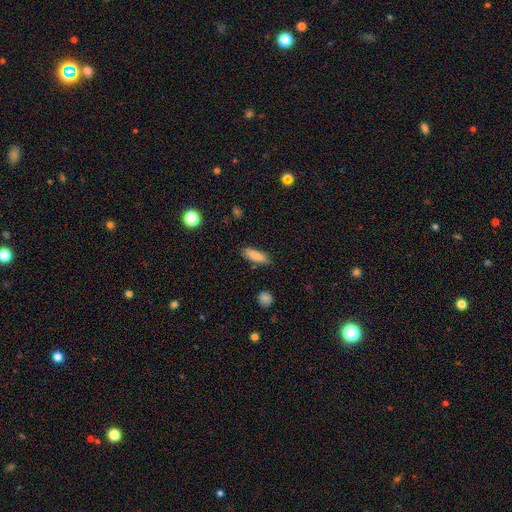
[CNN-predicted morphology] This appears to be a smooth galaxy with no disk features (85%) that is cigar-shaped (55%). Merging: none (83%).